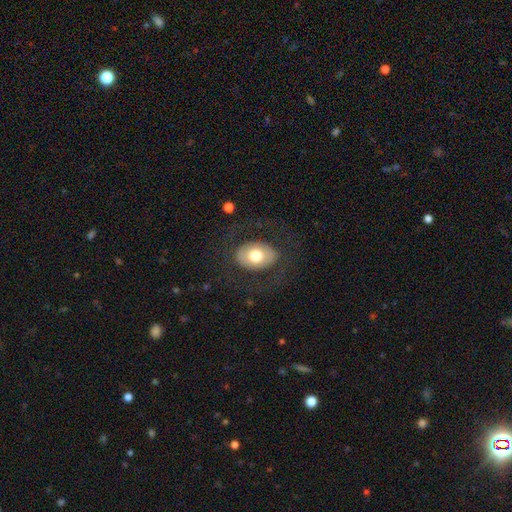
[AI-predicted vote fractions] A smooth galaxy with no disk features (63%) that is in between round and cigar-shaped (81%).

Vote fractions:
- Smooth or featured? smooth: 63% / featured or disk: 31% / star or artifact: 6%
- How rounded? in between: 81% / round: 18% / cigar-shaped: 1%
- Merging? none: 78% / minor disturbance: 11% / major disturbance: 9% / merger: 1%